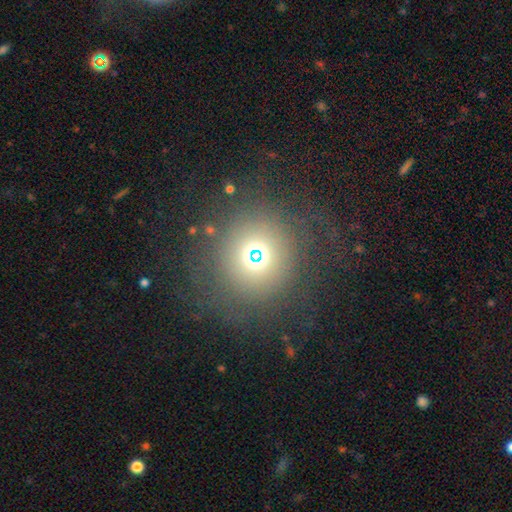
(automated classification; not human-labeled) Smooth or featured? Predicted: smooth (p=0.45). Merging? Predicted: none (p=0.77).